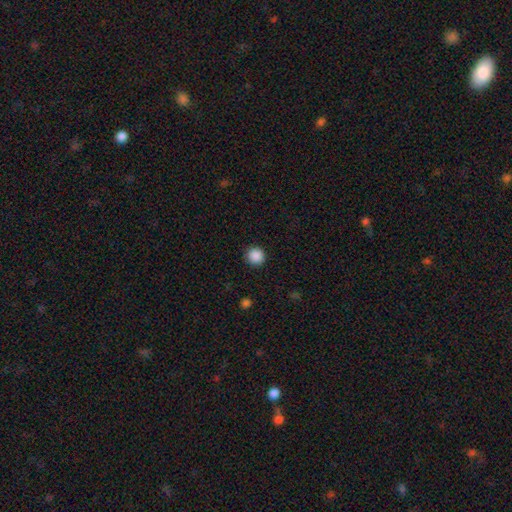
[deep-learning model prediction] Morphology: type=smooth (88%); roundness=round (95%); merging=none (91%).